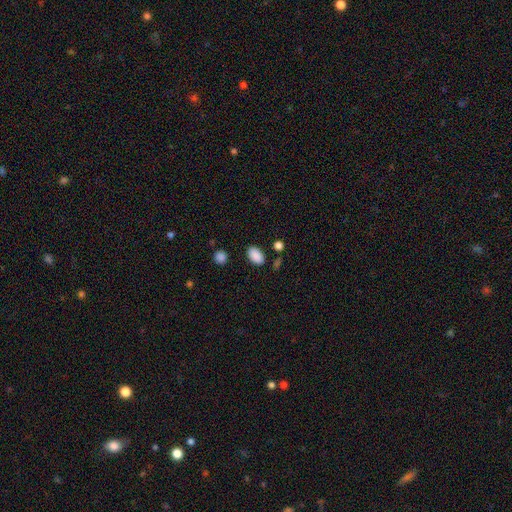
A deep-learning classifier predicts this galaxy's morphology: Smooth or featured: smooth — 89% (star or artifact — 8%)
How rounded: in between — 91% (round — 7%)
Merging: none — 83% (minor disturbance — 11%)